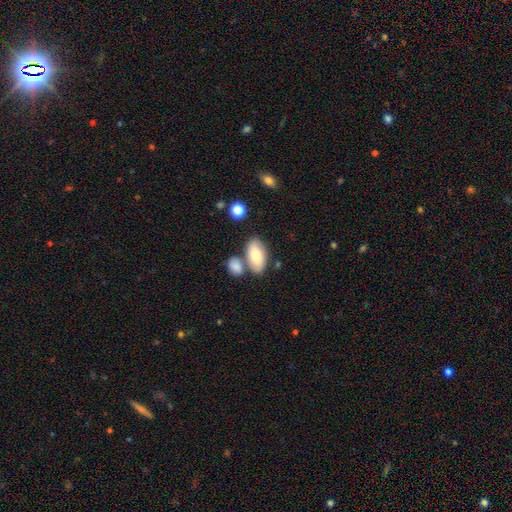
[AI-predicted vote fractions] Smooth or featured: smooth — 75% (featured or disk — 19%)
How rounded: in between — 93% (cigar-shaped — 4%)
Merging: none — 61% (merger — 23%)